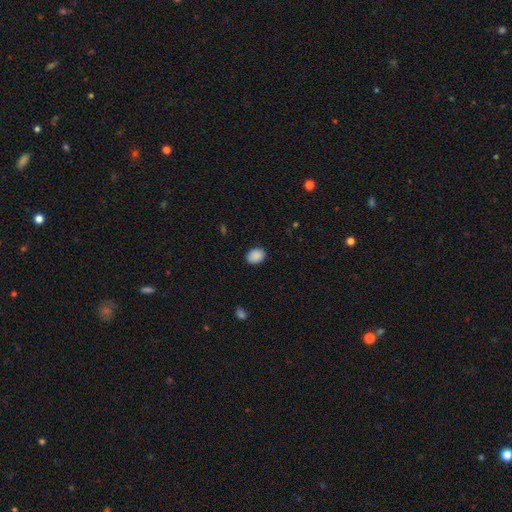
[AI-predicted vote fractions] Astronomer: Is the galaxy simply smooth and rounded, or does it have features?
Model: smooth — 89%.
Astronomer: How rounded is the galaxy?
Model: in between — 66%.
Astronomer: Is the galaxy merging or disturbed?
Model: none — 87%.